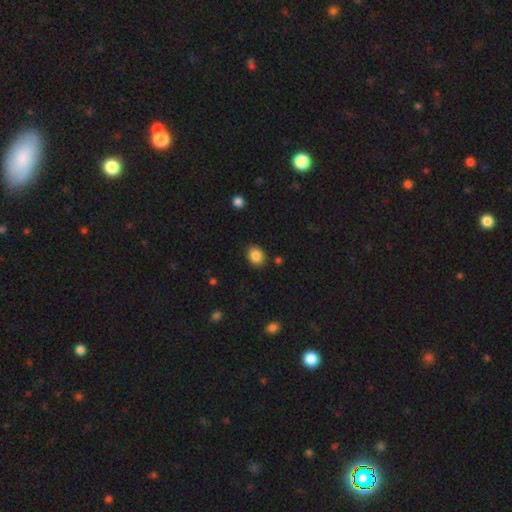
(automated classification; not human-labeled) Overall: smooth (87%). How rounded: in between (50%; round 49%). Merging: none (86%).